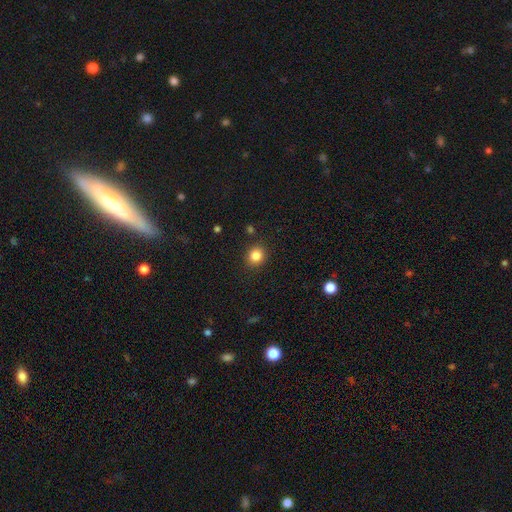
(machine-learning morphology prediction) smooth_or_featured: smooth (p=0.84) [alt: star or artifact p=0.11]
how_rounded: round (p=0.78) [alt: in between p=0.21]
merging: none (p=0.89) [alt: minor disturbance p=0.07]